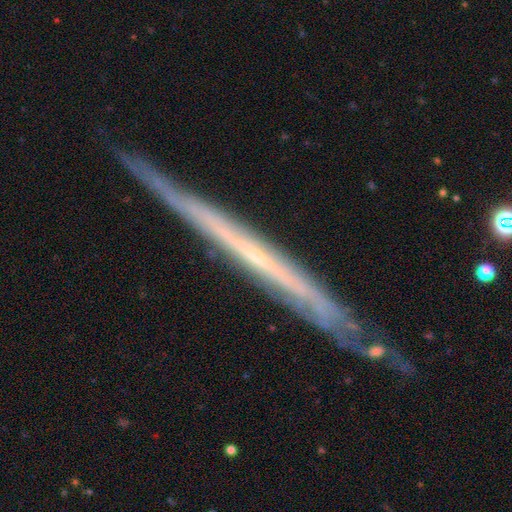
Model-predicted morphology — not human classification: This appears to be a featured or disk galaxy (77%) viewed edge-on (94%) with no central bulge (79%). Merging: none (84%).